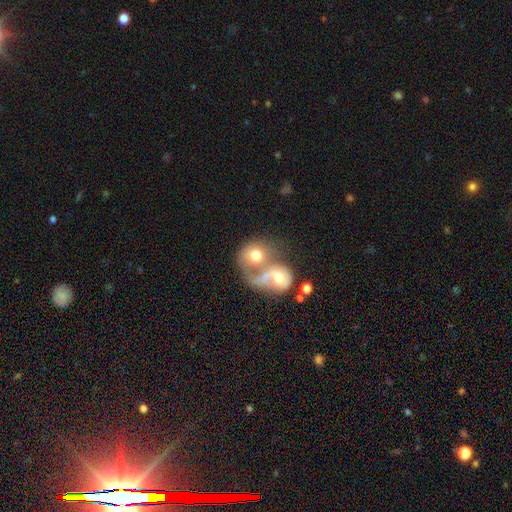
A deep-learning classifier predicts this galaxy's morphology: A smooth galaxy with no disk features (56%) that is round (62%). Merging: merger (73%).